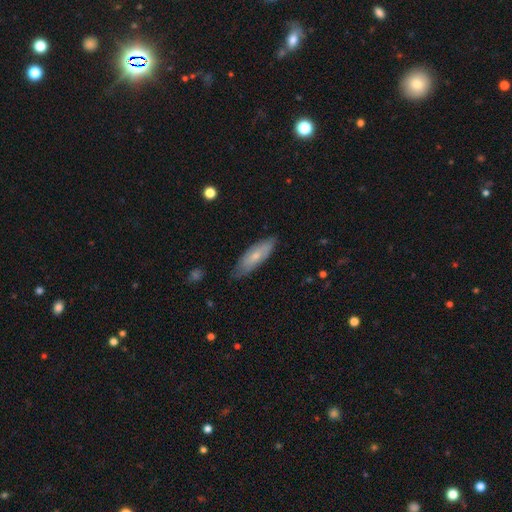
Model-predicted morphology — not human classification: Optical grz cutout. It shows a smooth galaxy with no disk features (59%) that is in between round and cigar-shaped (56%). Merging: none (75%).